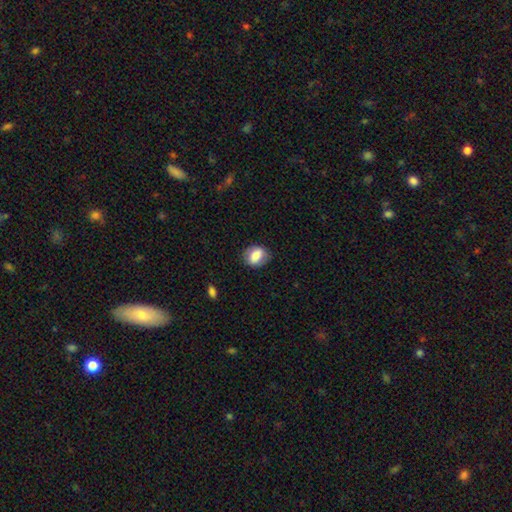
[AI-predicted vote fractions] Smooth or featured? smooth (72%)
How rounded? in between (60%)
Merging? none (81%)